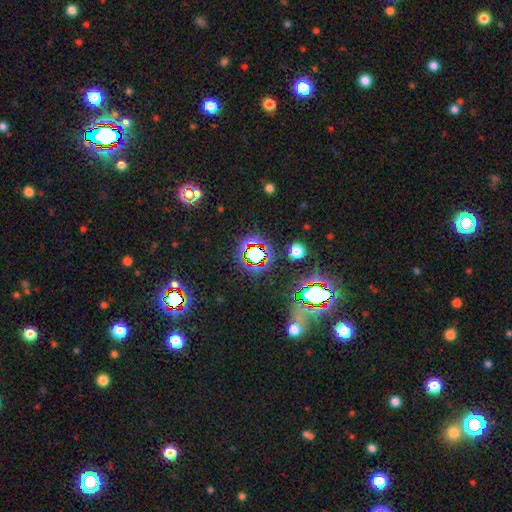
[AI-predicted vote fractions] The model was most divided on "smooth or featured": star or artifact: 67%, smooth: 22%, featured or disk: 11%.